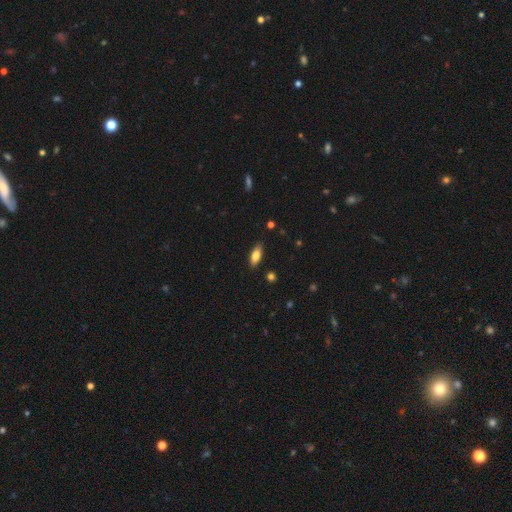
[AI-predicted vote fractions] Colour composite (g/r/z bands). It shows a smooth galaxy with no disk features (79%) that is in between round and cigar-shaped (73%). Merging: none (85%).